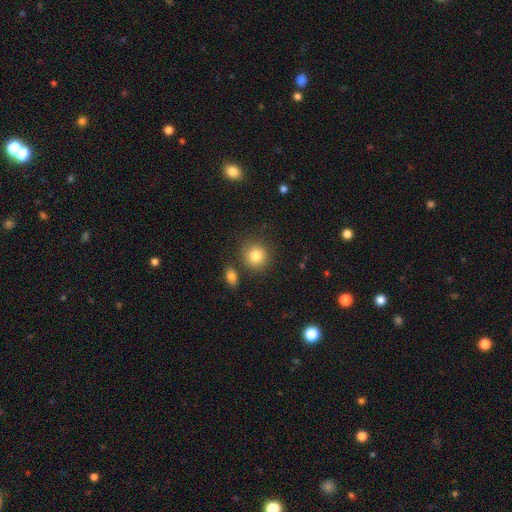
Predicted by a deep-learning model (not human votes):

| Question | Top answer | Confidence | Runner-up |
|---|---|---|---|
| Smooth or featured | smooth | 84% | star or artifact (9%) |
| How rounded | round | 88% | in between (11%) |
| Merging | none | 79% | minor disturbance (9%) |